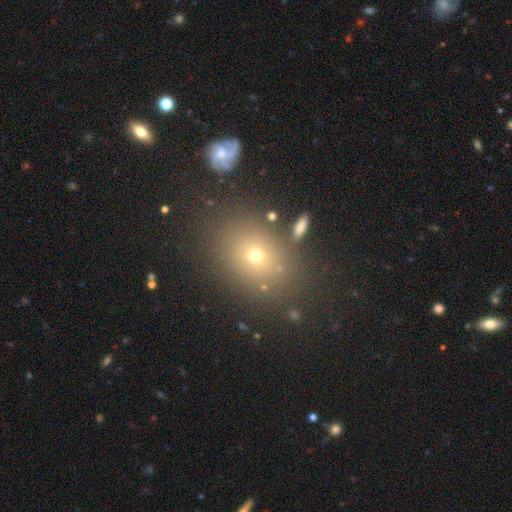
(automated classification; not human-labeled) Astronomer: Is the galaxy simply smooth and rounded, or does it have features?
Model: smooth — 62%.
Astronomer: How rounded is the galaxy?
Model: in between — 50% (runner-up: round, 49%).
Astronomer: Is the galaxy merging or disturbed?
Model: none — 80%.